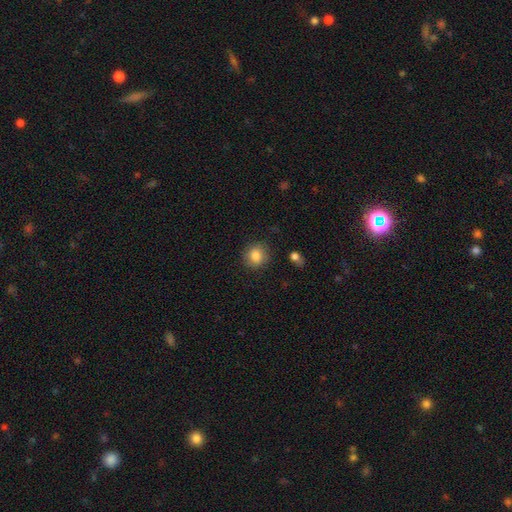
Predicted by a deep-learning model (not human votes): smooth 84%, star or artifact 9%, featured or disk 7%. Down the decision tree: how rounded — round (83%); merging — none (86%).